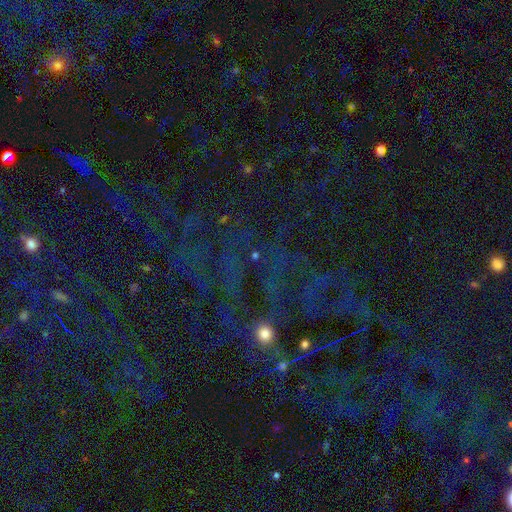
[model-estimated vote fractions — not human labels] This is likely a star or artifact rather than a galaxy (68%).